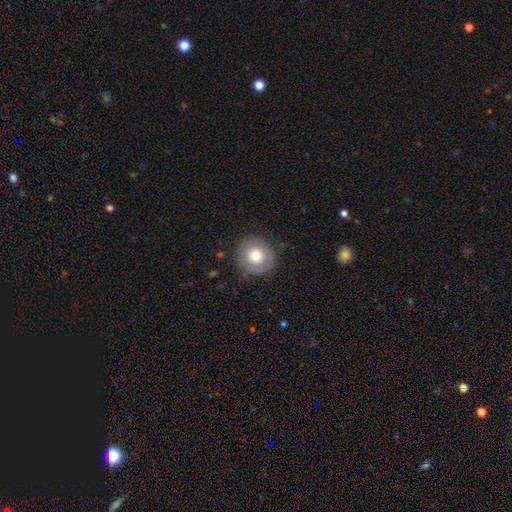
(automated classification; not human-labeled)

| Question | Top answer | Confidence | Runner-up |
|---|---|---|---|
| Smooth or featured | smooth | 68% | featured or disk (23%) |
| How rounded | round | 90% | in between (9%) |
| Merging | none | 84% | minor disturbance (11%) |